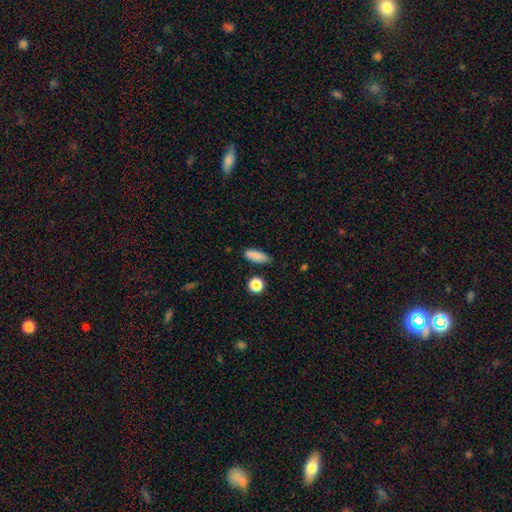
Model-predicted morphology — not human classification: Smooth or featured? smooth (86%)
How rounded? in between (59%)
Merging? none (80%)